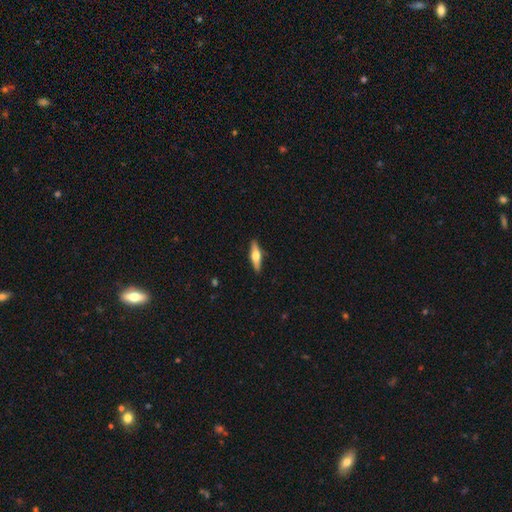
Volunteers were most divided on "smooth or featured": featured or disk: 62%, smooth: 33%, star or artifact: 5%. More confident: edge-on disk — yes (100%); edge-on bulge — rounded (88%); merging — none (86%).